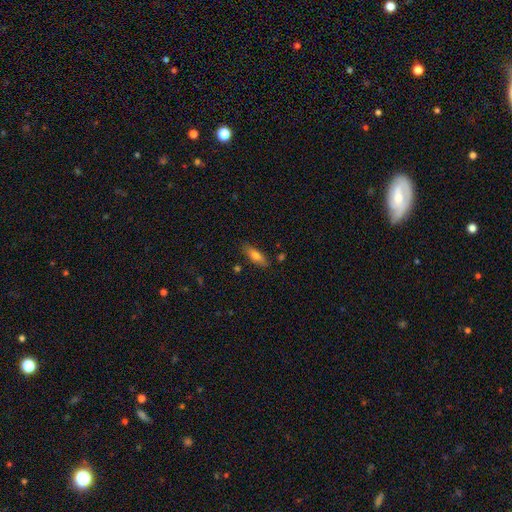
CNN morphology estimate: Smooth or featured?
  - smooth: 71% *
  - featured or disk: 22%
  - star or artifact: 7%
How rounded?
  - in between: 55% *
  - cigar-shaped: 42%
  - round: 2%
Merging?
  - none: 83% *
  - minor disturbance: 12%
  - merger: 3%
  - major disturbance: 2%